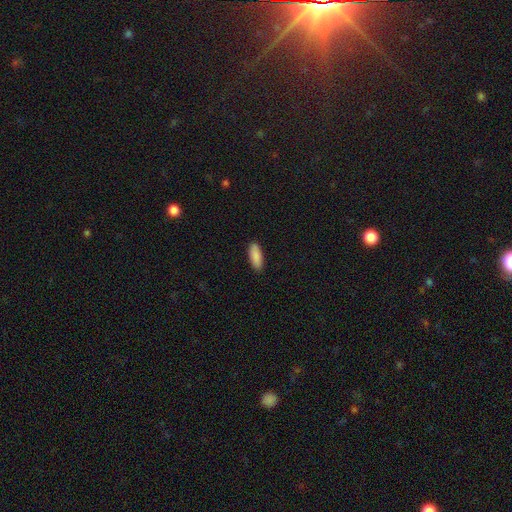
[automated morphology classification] This is clearly a smooth galaxy (89%). How rounded: likely in between (72%). Merging: clearly none (88%).